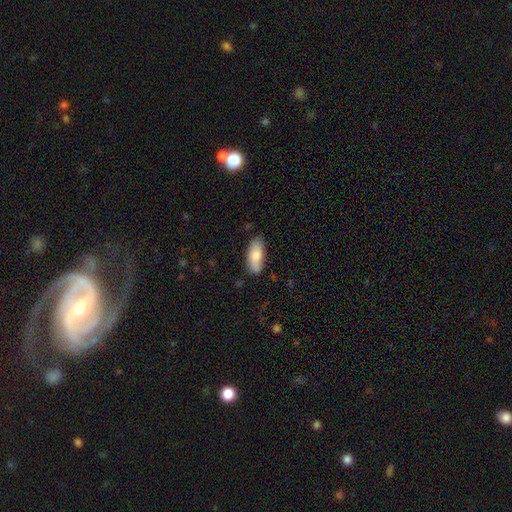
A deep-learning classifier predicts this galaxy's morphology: This appears to be a smooth galaxy with no disk features (76%) that is in between round and cigar-shaped (81%). Merging: none (78%).